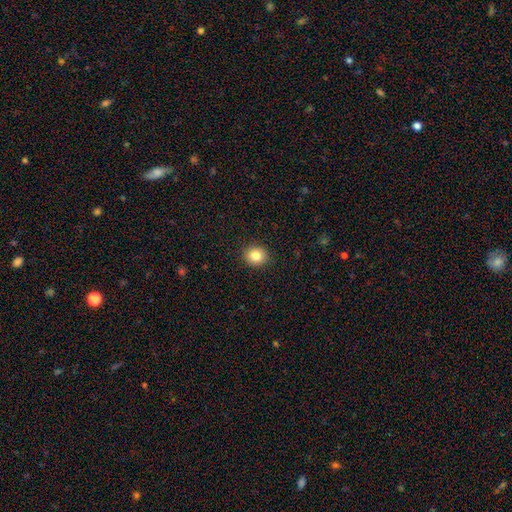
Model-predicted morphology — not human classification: Smooth or featured: smooth — 84% (star or artifact — 10%)
How rounded: round — 78% (in between — 21%)
Merging: none — 91% (minor disturbance — 6%)